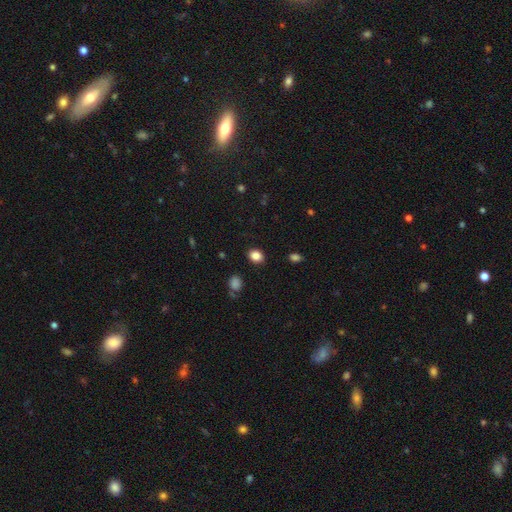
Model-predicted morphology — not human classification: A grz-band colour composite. It shows a smooth galaxy with no disk features (86%) that is in between round and cigar-shaped (52%). Merging: none (88%).